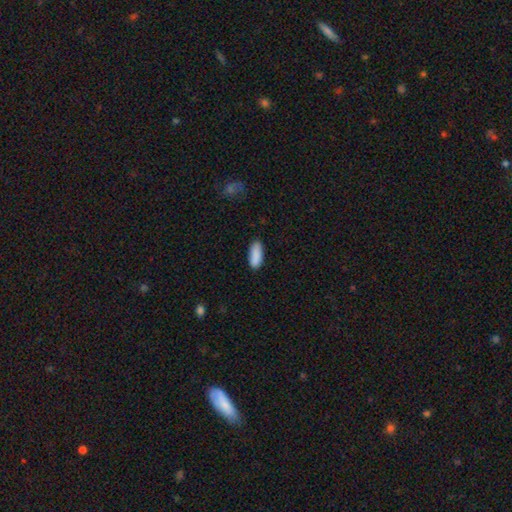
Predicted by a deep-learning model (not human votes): Smooth or featured?
  - smooth: 89% *
  - star or artifact: 6%
  - featured or disk: 4%
How rounded?
  - in between: 79% *
  - cigar-shaped: 19%
  - round: 2%
Merging?
  - none: 84% *
  - minor disturbance: 12%
  - major disturbance: 2%
  - merger: 1%